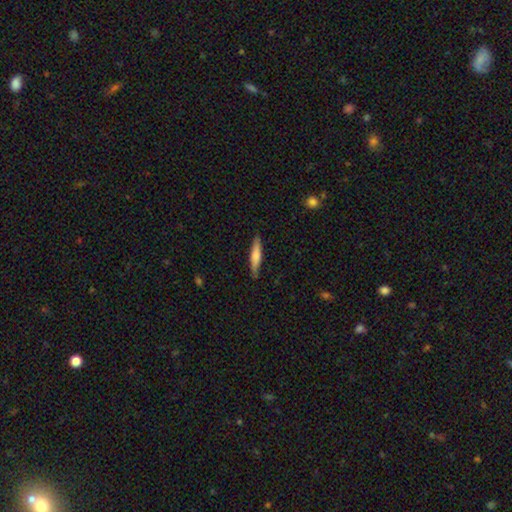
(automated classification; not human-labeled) A smooth galaxy with no disk features (61%) that is cigar-shaped (86%).

Vote fractions:
- Smooth or featured? smooth: 61% / featured or disk: 33% / star or artifact: 6%
- How rounded? cigar-shaped: 86% / in between: 13% / round: 2%
- Merging? none: 86% / minor disturbance: 11% / major disturbance: 2% / merger: 1%